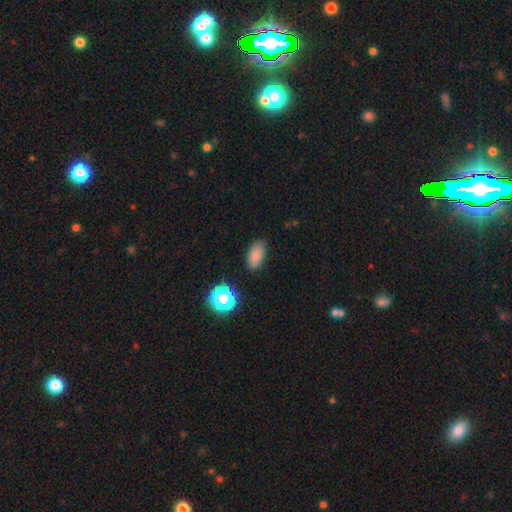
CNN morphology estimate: Overall: smooth (81%). How rounded: in between (90%). Merging: none (84%).